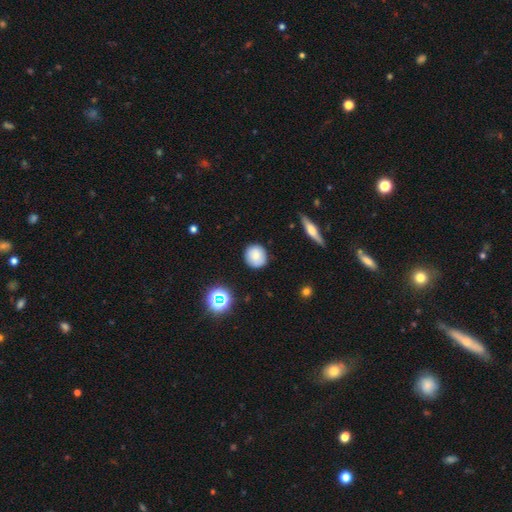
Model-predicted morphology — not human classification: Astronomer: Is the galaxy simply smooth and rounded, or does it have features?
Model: smooth — 79%.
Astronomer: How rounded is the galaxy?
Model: round — 89%.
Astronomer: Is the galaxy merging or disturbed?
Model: none — 88%.